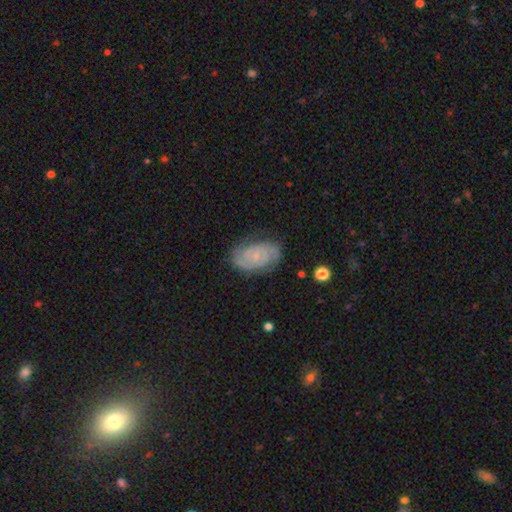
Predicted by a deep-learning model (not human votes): Q: Smooth or featured?
A: featured or disk (81%); runner-up: smooth (13%)
Q: Edge-on disk?
A: no (97%); runner-up: yes (3%)
Q: Bar?
A: no (70%); runner-up: weak (25%)
Q: Spiral arms?
A: yes (96%); runner-up: no (4%)
Q: Spiral winding?
A: tight (61%); runner-up: medium (32%)
Q: Spiral arm count?
A: 2 (70%); runner-up: can't tell (13%)
Q: Bulge size?
A: small (76%); runner-up: moderate (13%)
Q: Merging?
A: none (78%); runner-up: minor disturbance (16%)